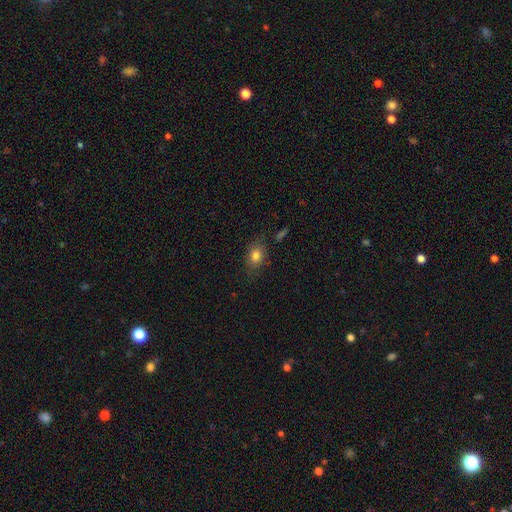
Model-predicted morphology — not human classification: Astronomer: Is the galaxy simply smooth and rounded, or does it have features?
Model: smooth — 79%.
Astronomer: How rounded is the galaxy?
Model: in between — 69%.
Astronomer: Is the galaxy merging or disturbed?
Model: none — 76%.